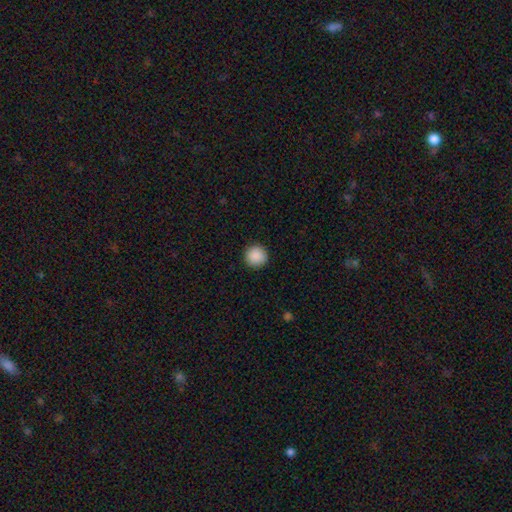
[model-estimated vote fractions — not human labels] Smooth or featured? smooth (90%)
How rounded? round (96%)
Merging? none (92%)